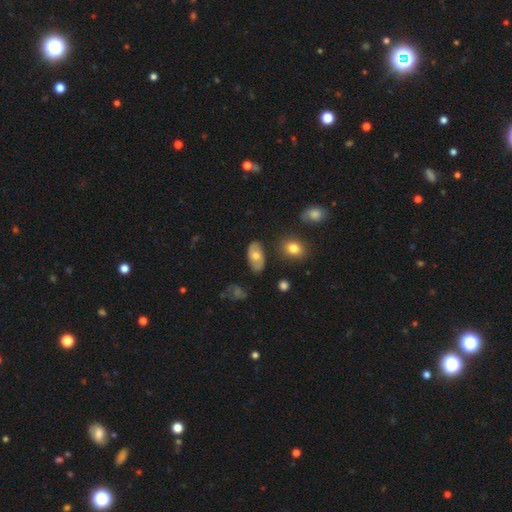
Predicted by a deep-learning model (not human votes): smooth 58%, featured or disk 34%, star or artifact 8%. Down the decision tree: how rounded — in between (91%); merging — none (77%).